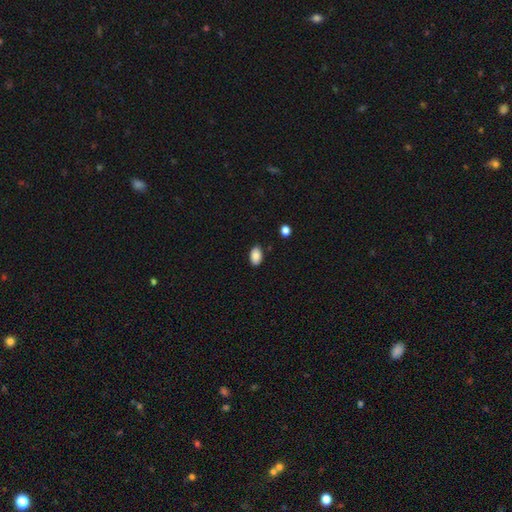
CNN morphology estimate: This is clearly a smooth galaxy (87%). How rounded: clearly in between (92%). Merging: clearly none (86%).